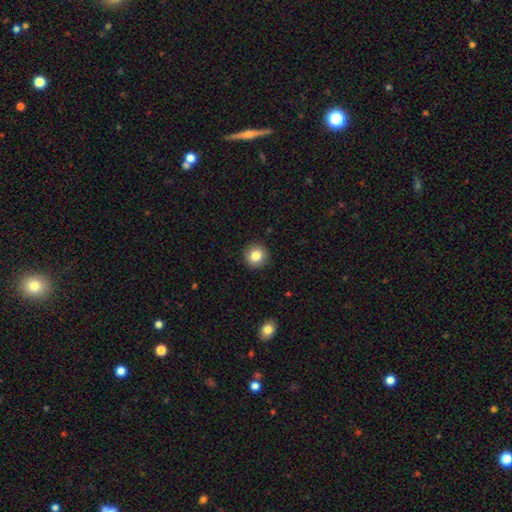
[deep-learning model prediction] Smooth or featured?
  - smooth: 83% *
  - star or artifact: 10%
  - featured or disk: 7%
How rounded?
  - round: 94% *
  - in between: 5%
  - cigar-shaped: 1%
Merging?
  - none: 92% *
  - minor disturbance: 5%
  - major disturbance: 2%
  - merger: 1%